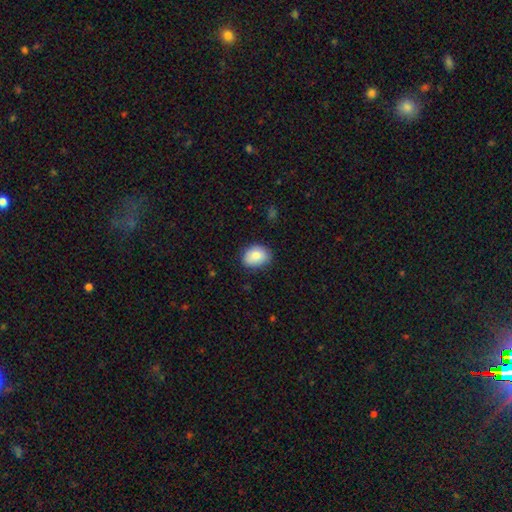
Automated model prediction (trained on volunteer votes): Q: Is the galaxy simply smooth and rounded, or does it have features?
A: smooth — 85%.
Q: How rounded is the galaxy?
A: in between — 61%.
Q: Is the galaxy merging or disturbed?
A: none — 79%.